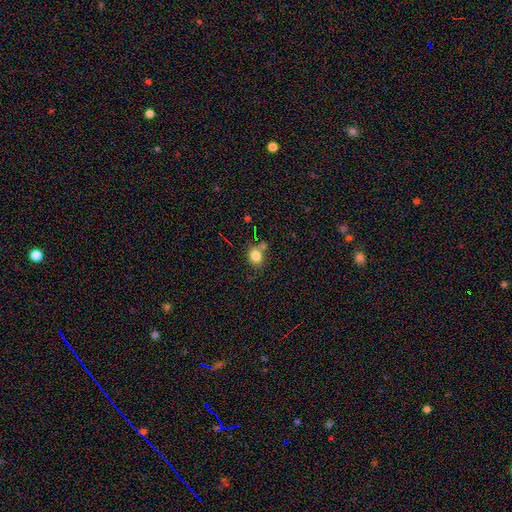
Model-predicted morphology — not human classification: Smooth or featured? Predicted: smooth (p=0.81). How rounded? Predicted: round (p=0.60). Merging? Predicted: none (p=0.58).